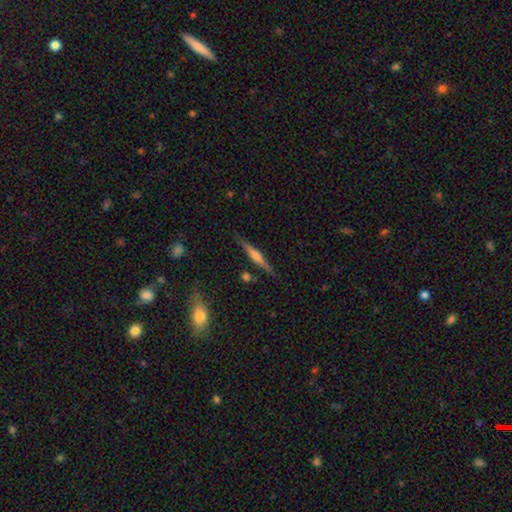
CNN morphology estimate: Smooth or featured? Predicted: featured or disk (p=0.66). Edge-on disk? Predicted: yes (p=0.97). Edge-on bulge? Predicted: rounded (p=0.69). Merging? Predicted: none (p=0.86).